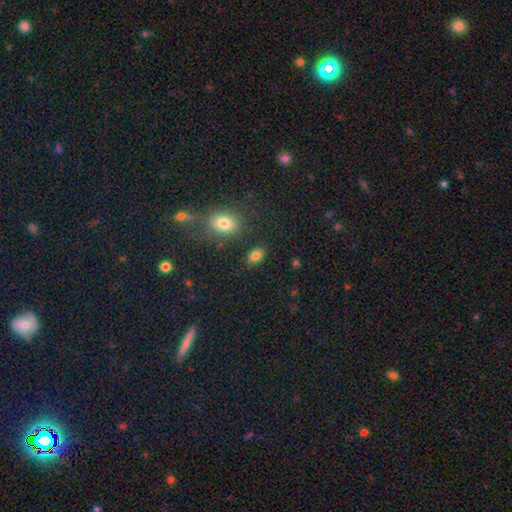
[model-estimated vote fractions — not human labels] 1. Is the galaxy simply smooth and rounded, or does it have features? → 82% smooth, 10% star or artifact, 8% featured or disk.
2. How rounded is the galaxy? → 88% in between, 10% round, 2% cigar-shaped.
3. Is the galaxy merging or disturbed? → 84% none, 10% minor disturbance, 4% merger, 3% major disturbance.